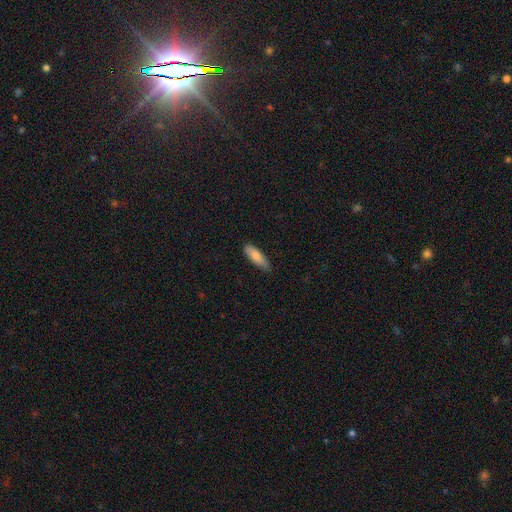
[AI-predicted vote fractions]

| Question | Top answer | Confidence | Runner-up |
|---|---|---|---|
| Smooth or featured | smooth | 79% | featured or disk (15%) |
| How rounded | in between | 53% | cigar-shaped (45%) |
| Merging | none | 79% | minor disturbance (18%) |